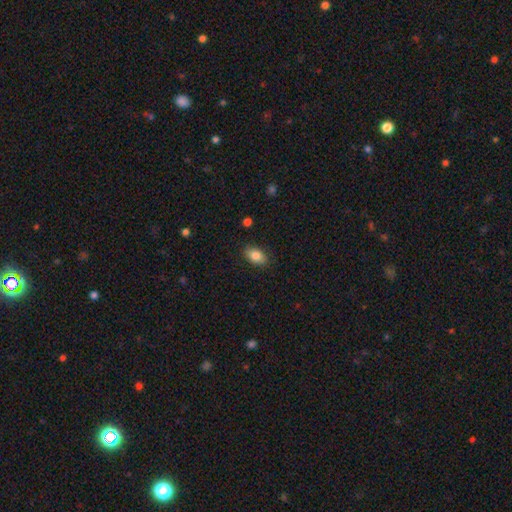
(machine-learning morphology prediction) Q: Smooth or featured?
A: smooth (84%); runner-up: featured or disk (9%)
Q: How rounded?
A: in between (88%); runner-up: round (10%)
Q: Merging?
A: none (86%); runner-up: minor disturbance (11%)